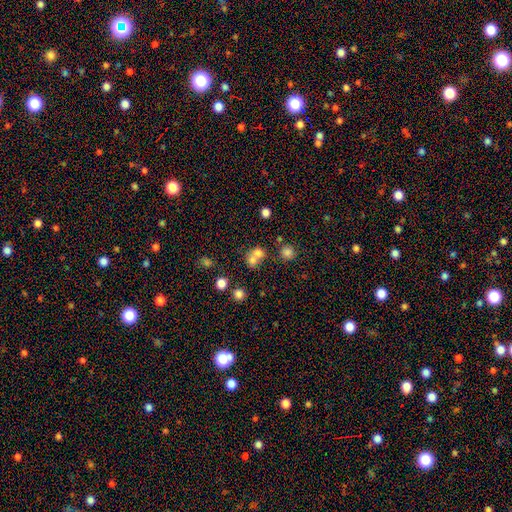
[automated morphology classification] smooth-or-featured: smooth: 69% | star or artifact: 16% | featured or disk: 14%
  how-rounded: round: 71% | in between: 28% | cigar-shaped: 1%
  merging: merger: 56% | none: 33% | minor disturbance: 7% | major disturbance: 4%